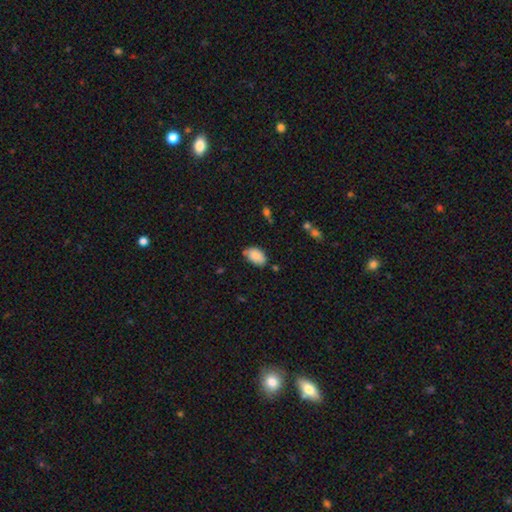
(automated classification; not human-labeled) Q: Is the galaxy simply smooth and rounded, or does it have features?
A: smooth — 86%.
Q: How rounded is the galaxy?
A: in between — 92%.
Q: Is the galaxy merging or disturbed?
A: none — 66%.